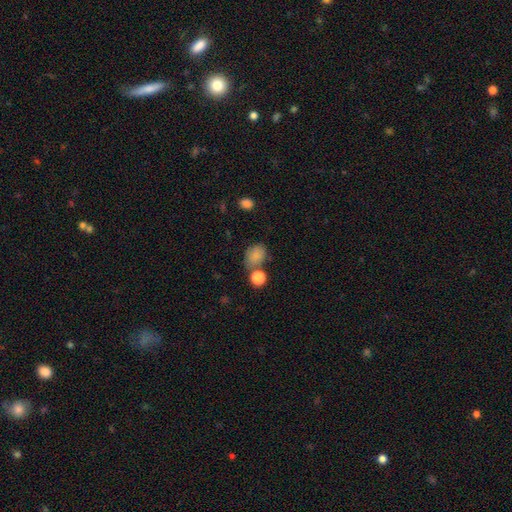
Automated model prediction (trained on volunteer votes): smooth_or_featured: smooth (p=0.82) [alt: star or artifact p=0.11]
how_rounded: in between (p=0.62) [alt: round p=0.37]
merging: none (p=0.61) [alt: minor disturbance p=0.17]